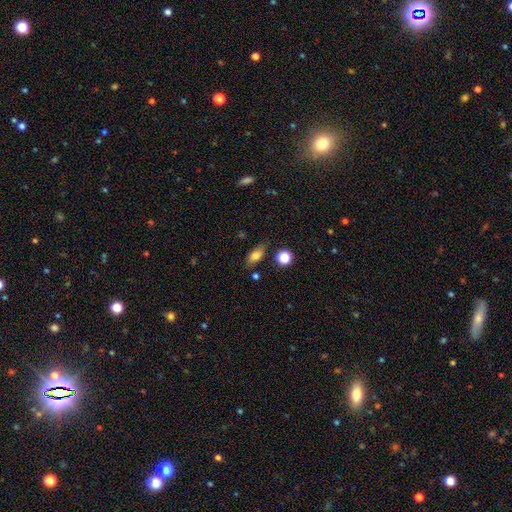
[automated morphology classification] Smooth or featured: smooth — 75% (featured or disk — 14%)
How rounded: in between — 78% (cigar-shaped — 12%)
Merging: none — 75% (minor disturbance — 17%)